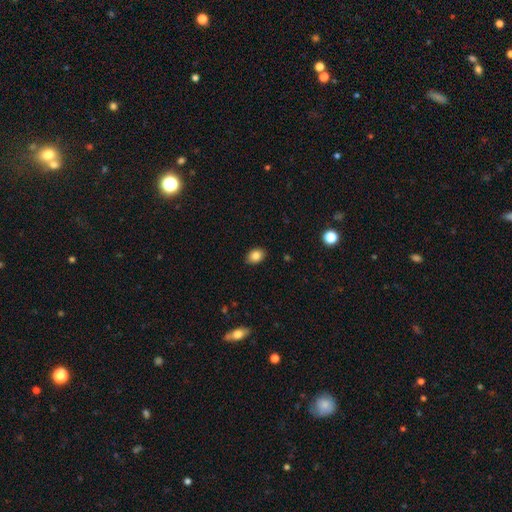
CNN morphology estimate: Smooth or featured? Predicted: smooth (p=0.86). How rounded? Predicted: in between (p=0.74). Merging? Predicted: none (p=0.87).